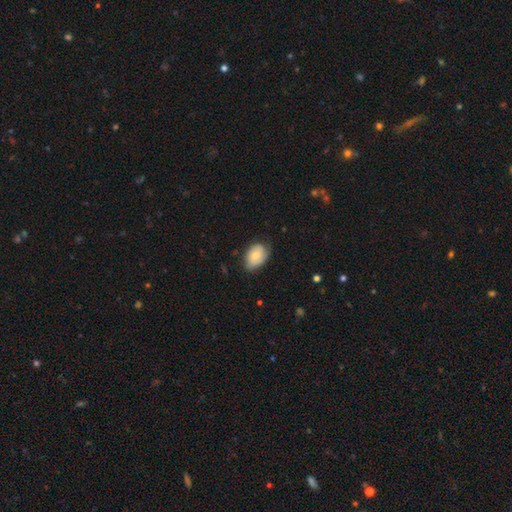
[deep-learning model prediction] This is likely a smooth galaxy (62%). How rounded: likely in between (79%). Merging: likely none (60%).